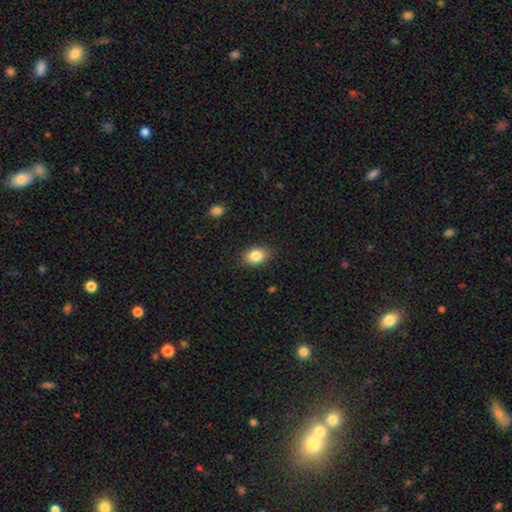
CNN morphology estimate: Overall: smooth (85%). How rounded: in between (79%). Merging: none (87%).